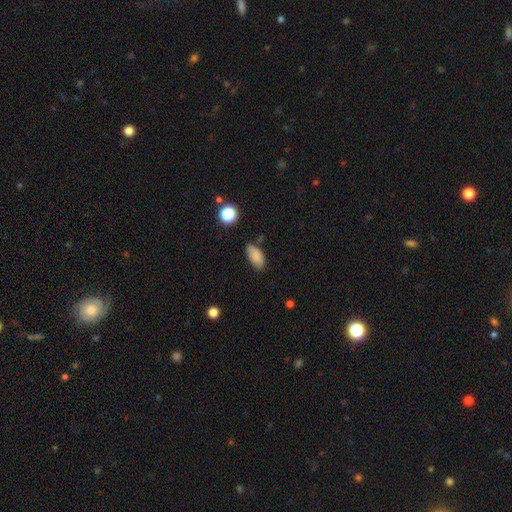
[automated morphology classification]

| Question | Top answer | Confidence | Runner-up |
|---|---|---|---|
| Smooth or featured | smooth | 85% | star or artifact (9%) |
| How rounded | in between | 90% | cigar-shaped (6%) |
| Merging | none | 70% | minor disturbance (22%) |